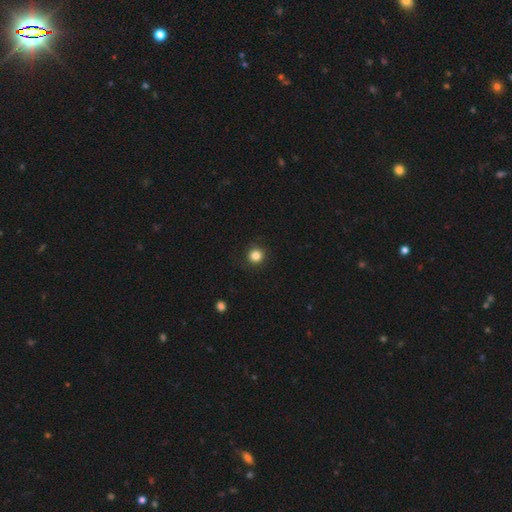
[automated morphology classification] This appears to be a smooth galaxy with no disk features (84%) that is round (95%). Merging: none (91%).